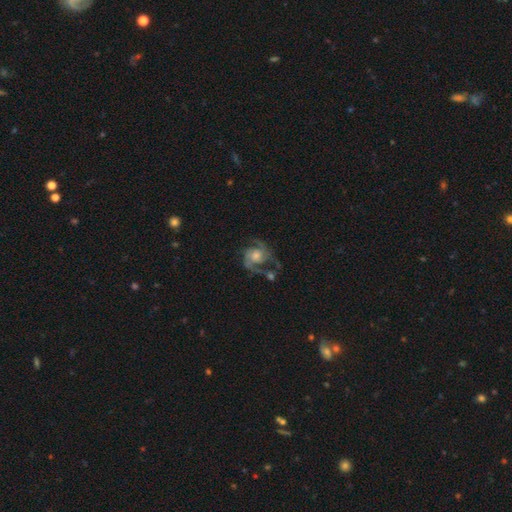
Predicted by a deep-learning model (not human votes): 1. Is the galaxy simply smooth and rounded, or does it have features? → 82% featured or disk, 10% smooth, 7% star or artifact.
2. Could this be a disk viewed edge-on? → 98% no, 2% yes.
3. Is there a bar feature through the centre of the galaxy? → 70% no, 25% weak, 5% strong.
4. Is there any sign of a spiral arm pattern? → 95% yes, 5% no.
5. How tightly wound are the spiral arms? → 51% medium, 31% tight, 18% loose.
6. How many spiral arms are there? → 56% 2, 22% 3, 10% can't tell, 5% 1, 4% 4, 3% more than 4.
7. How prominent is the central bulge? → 59% moderate, 23% small, 12% large, 4% none, 2% dominant.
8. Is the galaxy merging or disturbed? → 55% none, 19% minor disturbance, 18% major disturbance, 7% merger.